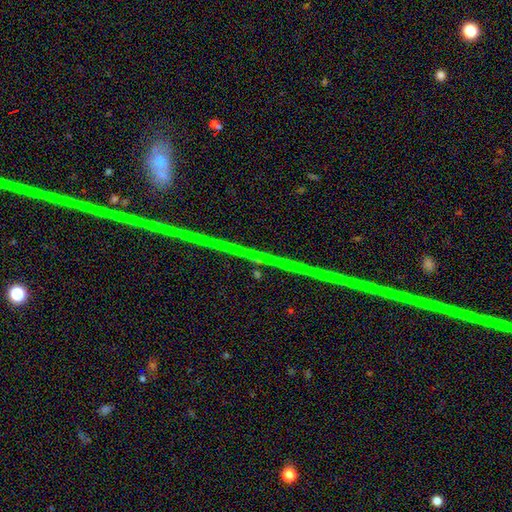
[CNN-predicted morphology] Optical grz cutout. It shows a star or artifact, not a galaxy (78%).